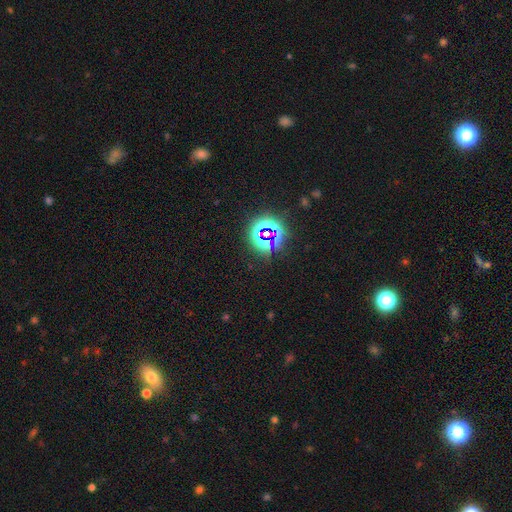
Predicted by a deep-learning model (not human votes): This is likely a star or artifact rather than a galaxy (78%).